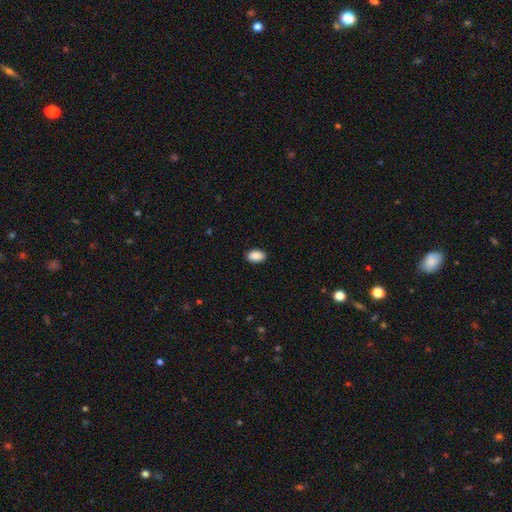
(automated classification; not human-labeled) smooth 90%, star or artifact 7%, featured or disk 3%. Down the decision tree: how rounded — in between (93%); merging — none (89%).